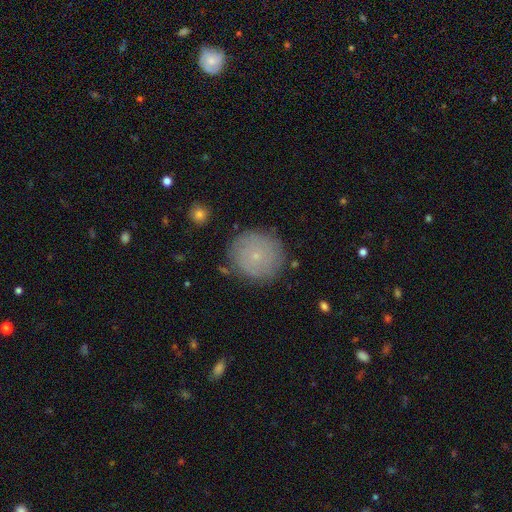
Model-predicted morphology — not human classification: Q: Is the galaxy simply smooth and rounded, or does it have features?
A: smooth — 54%.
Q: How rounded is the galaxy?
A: round — 91%.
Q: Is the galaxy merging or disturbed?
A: none — 83%.